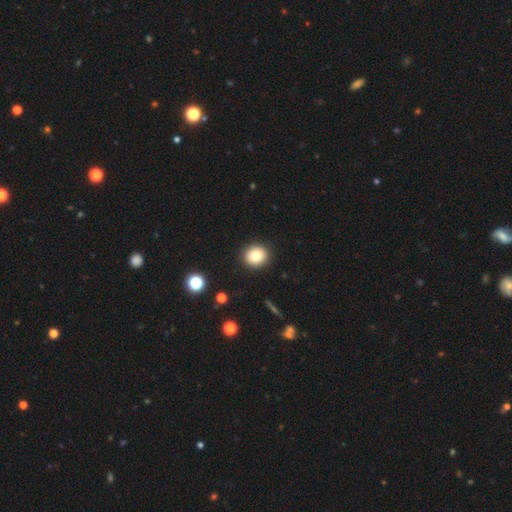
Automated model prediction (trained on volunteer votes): smooth-or-featured: smooth: 83% | star or artifact: 10% | featured or disk: 7%
  how-rounded: round: 84% | in between: 15% | cigar-shaped: 1%
  merging: none: 91% | minor disturbance: 6% | major disturbance: 2% | merger: 1%